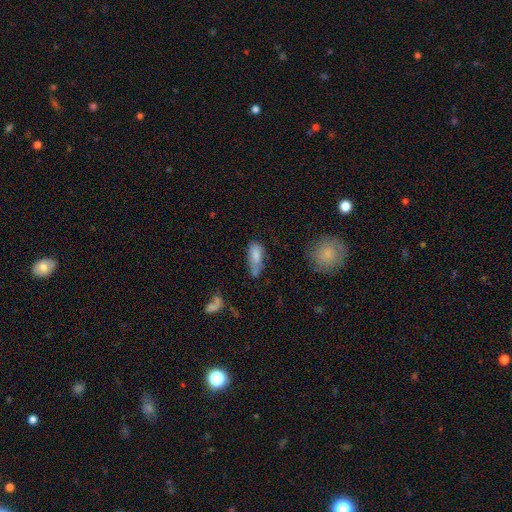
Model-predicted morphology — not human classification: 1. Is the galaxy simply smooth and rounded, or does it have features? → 75% smooth, 16% featured or disk, 9% star or artifact.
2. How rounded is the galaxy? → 80% in between, 17% cigar-shaped, 3% round.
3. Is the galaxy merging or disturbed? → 38% none, 32% minor disturbance, 16% major disturbance, 14% merger.